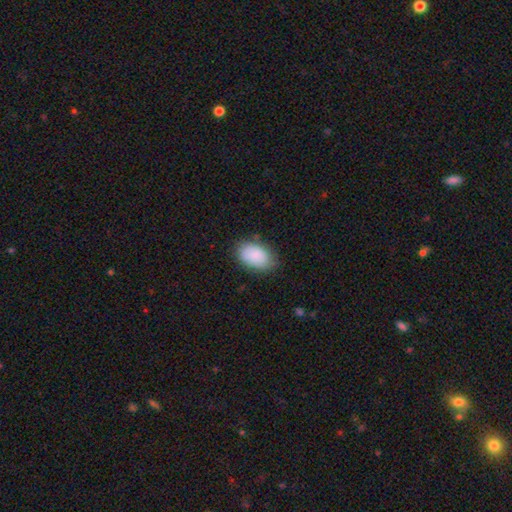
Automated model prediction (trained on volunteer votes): A smooth galaxy with no disk features (88%) that is in between round and cigar-shaped (92%). Merging: none (77%).